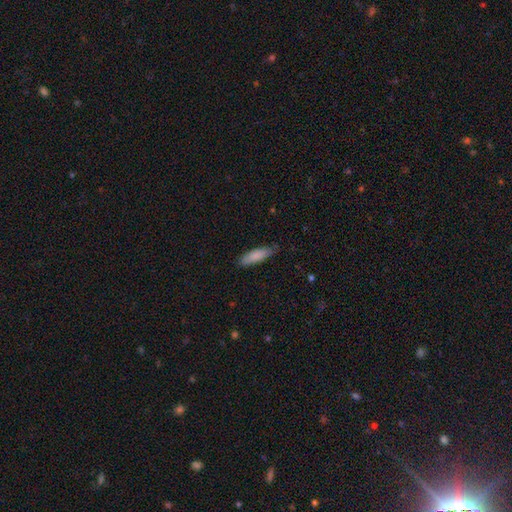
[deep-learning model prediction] Smooth or featured: smooth — 85% (featured or disk — 9%)
How rounded: cigar-shaped — 56% (in between — 43%)
Merging: none — 79% (minor disturbance — 17%)